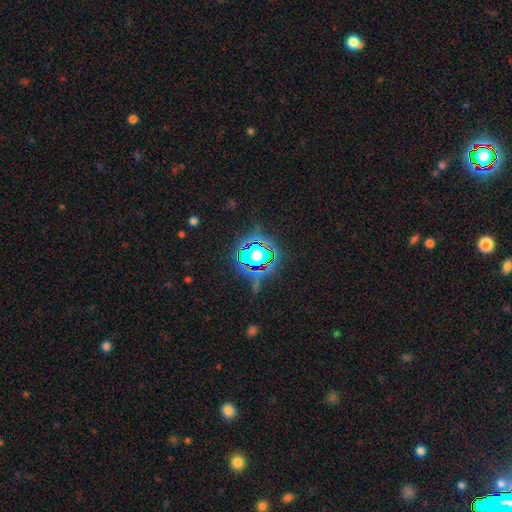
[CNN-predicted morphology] Overall: star or artifact (80%).